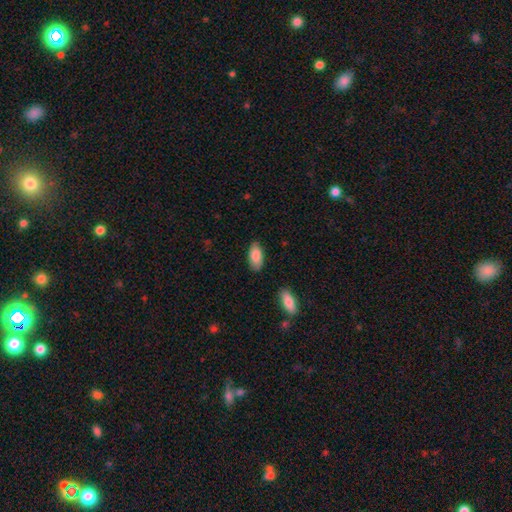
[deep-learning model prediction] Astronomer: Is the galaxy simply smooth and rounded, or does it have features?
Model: smooth — 86%.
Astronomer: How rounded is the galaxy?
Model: in between — 93%.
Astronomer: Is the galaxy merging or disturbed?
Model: none — 83%.